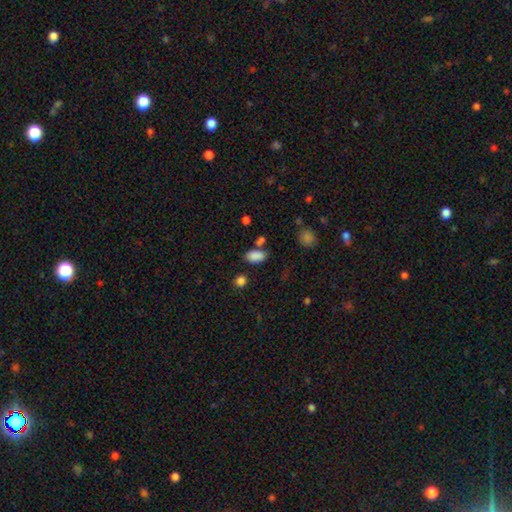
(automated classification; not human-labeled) smooth-or-featured: smooth: 86% | star or artifact: 10% | featured or disk: 4%
  how-rounded: in between: 92% | round: 6% | cigar-shaped: 2%
  merging: none: 70% | minor disturbance: 14% | merger: 12% | major disturbance: 4%